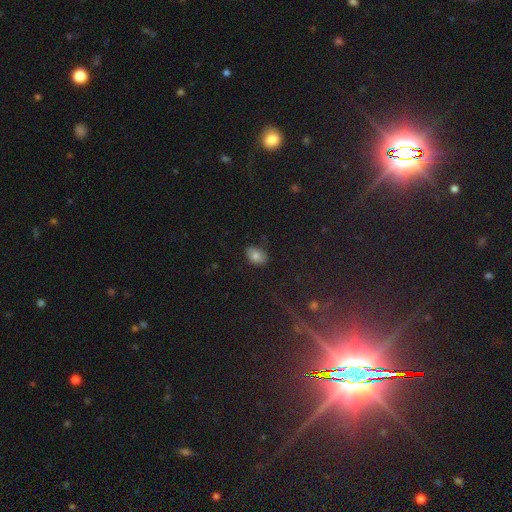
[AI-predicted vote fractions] A smooth galaxy with no disk features (77%) that is in between round and cigar-shaped (77%). Merging: none (79%).